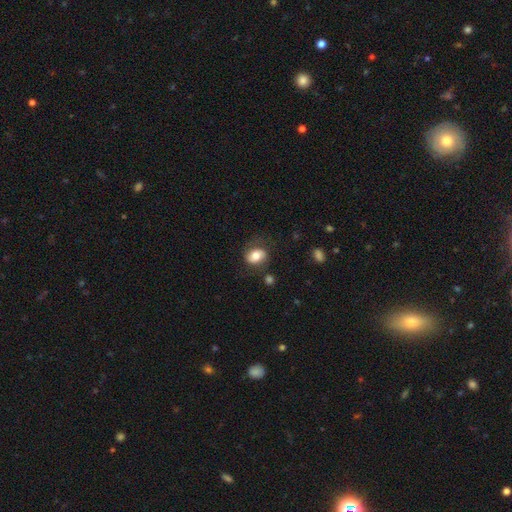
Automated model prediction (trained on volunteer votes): This is likely a smooth galaxy (65%). How rounded: likely in between (65%). Merging: likely none (64%).